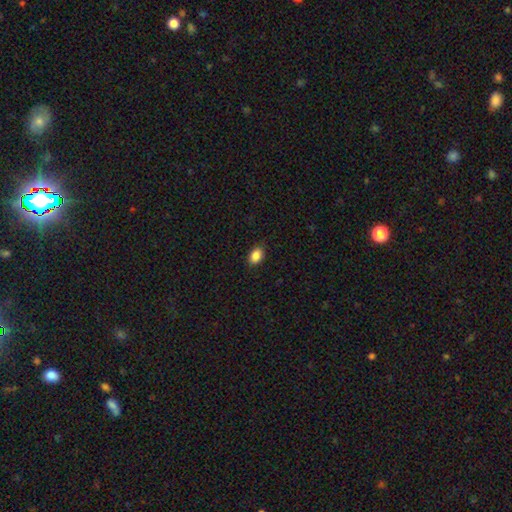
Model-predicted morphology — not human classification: A smooth galaxy with no disk features (87%) that is in between round and cigar-shaped (82%).

Vote fractions:
- Smooth or featured? smooth: 87% / star or artifact: 9% / featured or disk: 4%
- How rounded? in between: 82% / round: 17% / cigar-shaped: 1%
- Merging? none: 87% / minor disturbance: 10% / major disturbance: 2% / merger: 1%